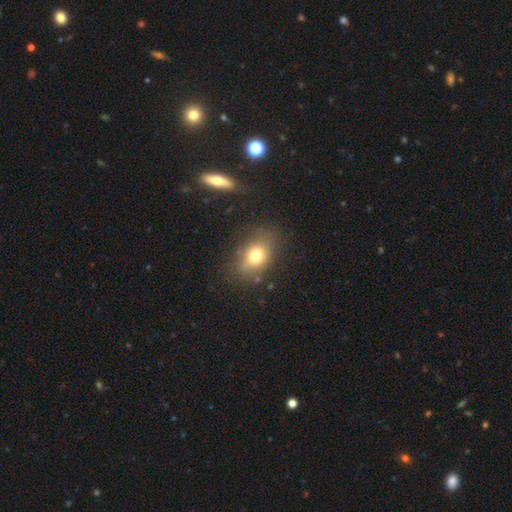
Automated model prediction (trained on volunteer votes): smooth_or_featured: smooth (p=0.74) [alt: featured or disk p=0.15]
how_rounded: in between (p=0.71) [alt: round p=0.27]
merging: none (p=0.73) [alt: minor disturbance p=0.16]